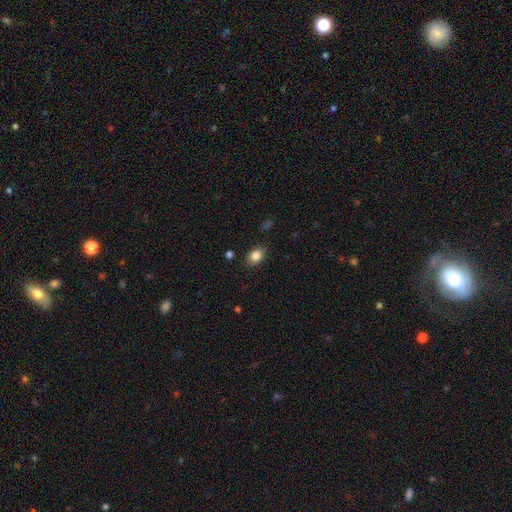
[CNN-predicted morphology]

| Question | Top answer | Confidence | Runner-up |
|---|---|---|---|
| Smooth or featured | smooth | 85% | star or artifact (9%) |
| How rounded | in between | 73% | round (26%) |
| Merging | none | 84% | minor disturbance (12%) |